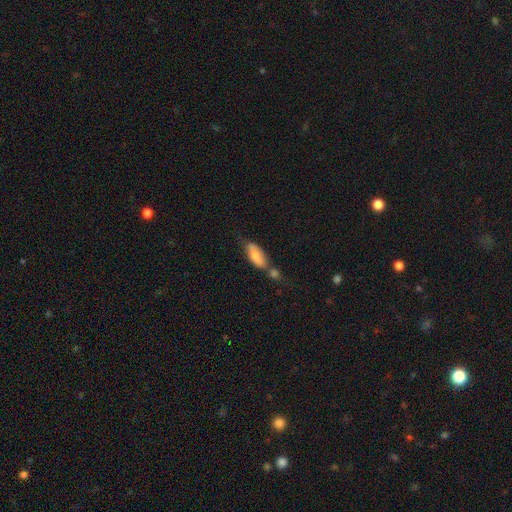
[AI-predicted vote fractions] smooth 76%, featured or disk 17%, star or artifact 6%. Down the decision tree: how rounded — in between (79%); merging — merger (42%).